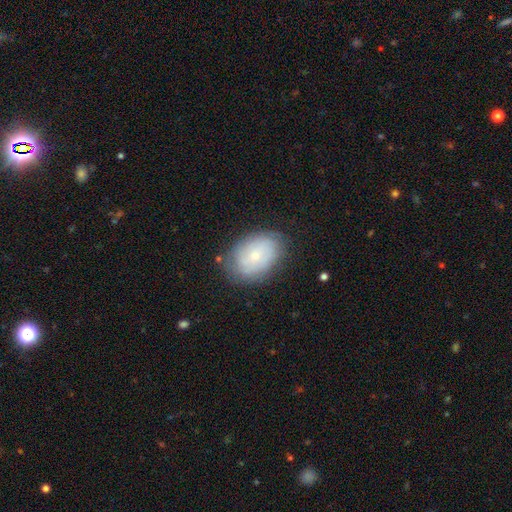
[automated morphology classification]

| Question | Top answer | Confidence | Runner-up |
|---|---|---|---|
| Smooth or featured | smooth | 51% | featured or disk (41%) |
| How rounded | in between | 78% | round (21%) |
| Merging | none | 76% | minor disturbance (18%) |